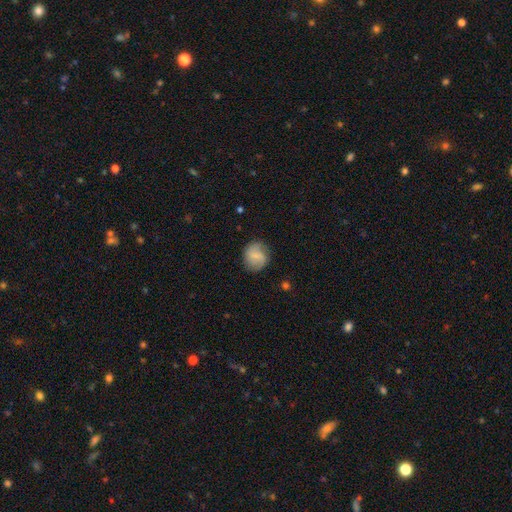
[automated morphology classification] smooth-or-featured: smooth: 51% | featured or disk: 41% | star or artifact: 8%
  how-rounded: round: 76% | in between: 23% | cigar-shaped: 1%
  merging: none: 76% | minor disturbance: 17% | major disturbance: 6% | merger: 1%